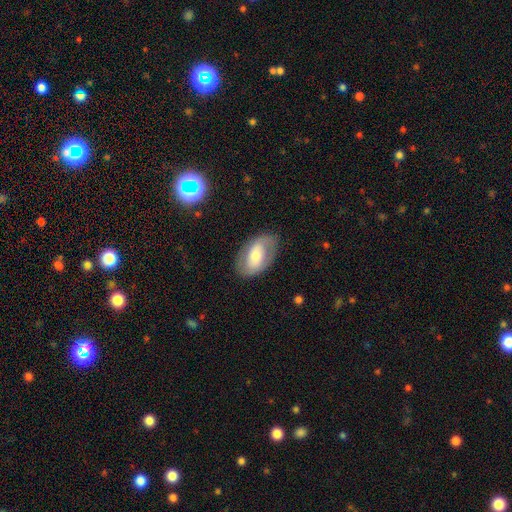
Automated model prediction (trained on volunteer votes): A featured or disk galaxy (51%).

Vote fractions:
- Smooth or featured? featured or disk: 51% / smooth: 42% / star or artifact: 7%
- Edge-on disk? no: 93% / yes: 7%
- Merging? none: 79% / minor disturbance: 14% / major disturbance: 5% / merger: 1%